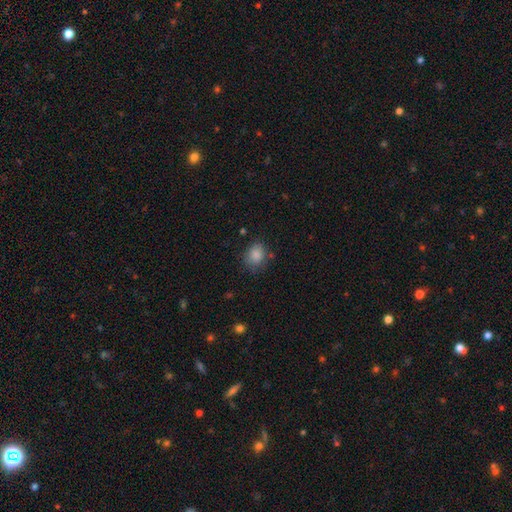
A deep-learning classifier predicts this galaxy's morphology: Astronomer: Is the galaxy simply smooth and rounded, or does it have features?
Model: smooth — 85%.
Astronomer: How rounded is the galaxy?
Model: round — 53% (runner-up: in between, 46%).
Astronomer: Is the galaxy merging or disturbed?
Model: none — 74%.